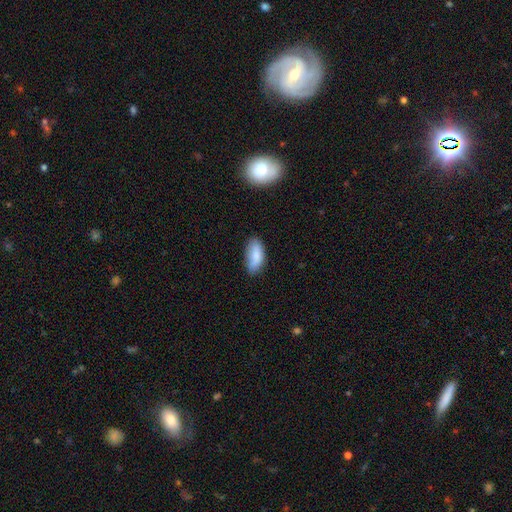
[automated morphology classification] Smooth or featured?
  - smooth: 84% *
  - featured or disk: 9%
  - star or artifact: 7%
How rounded?
  - in between: 89% *
  - cigar-shaped: 9%
  - round: 2%
Merging?
  - none: 75% *
  - minor disturbance: 20%
  - major disturbance: 3%
  - merger: 2%